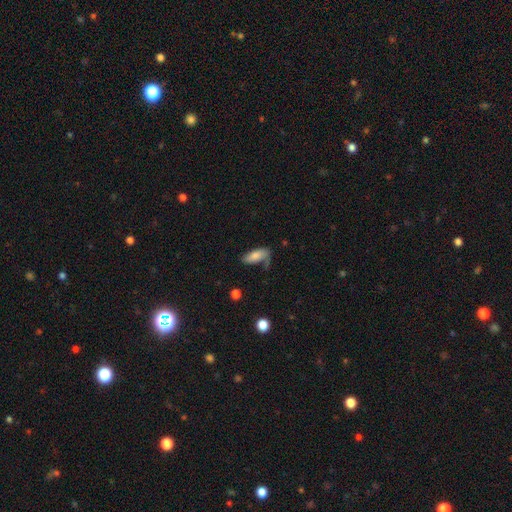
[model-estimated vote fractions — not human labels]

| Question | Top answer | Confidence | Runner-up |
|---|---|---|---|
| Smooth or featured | smooth | 75% | featured or disk (17%) |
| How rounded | in between | 79% | cigar-shaped (19%) |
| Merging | none | 52% | minor disturbance (25%) |